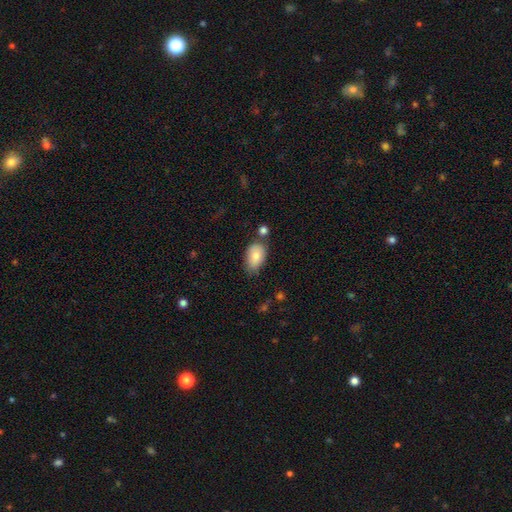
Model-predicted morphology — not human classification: A smooth galaxy with no disk features (83%) that is in between round and cigar-shaped (92%). Merging: none (59%).